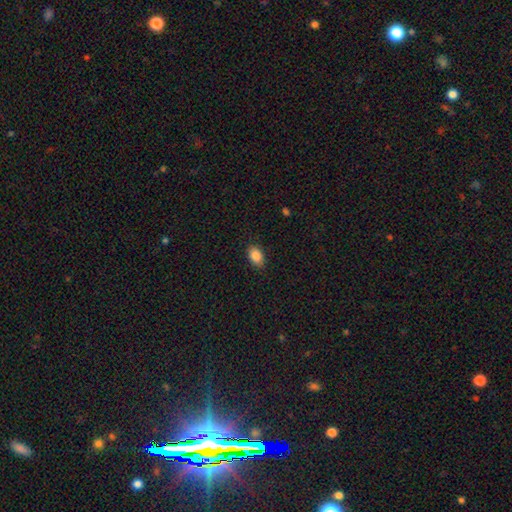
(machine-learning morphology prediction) This appears to be a smooth galaxy with no disk features (87%) that is in between round and cigar-shaped (83%). Merging: none (85%).